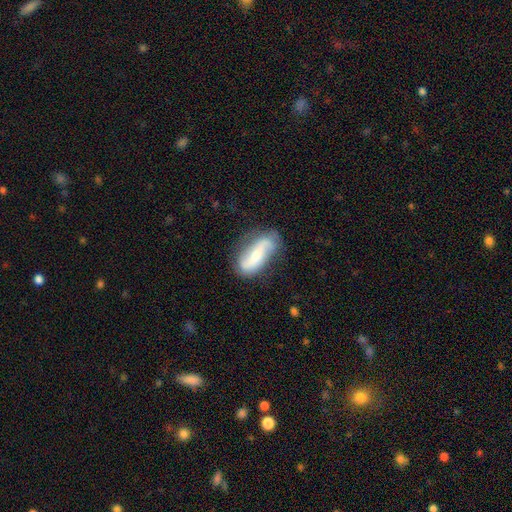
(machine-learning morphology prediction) A featured or disk galaxy (68%) with a strong bar (37%), 2 (88%) loose (71%) spiral arms (88%) and a small central bulge (48%). Merging: none (72%).